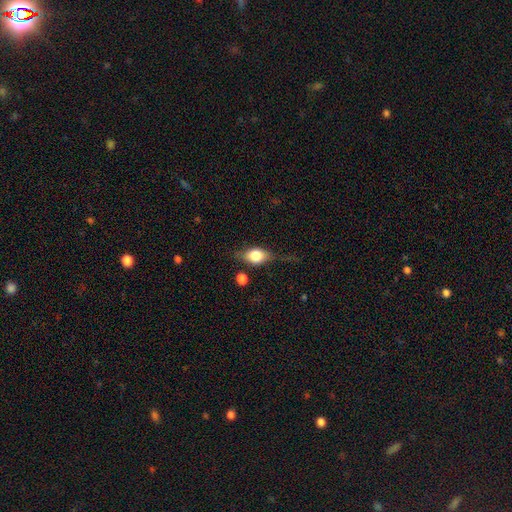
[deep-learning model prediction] Smooth or featured? Predicted: smooth (p=0.61). How rounded? Predicted: in between (p=0.72). Merging? Predicted: none (p=0.58).